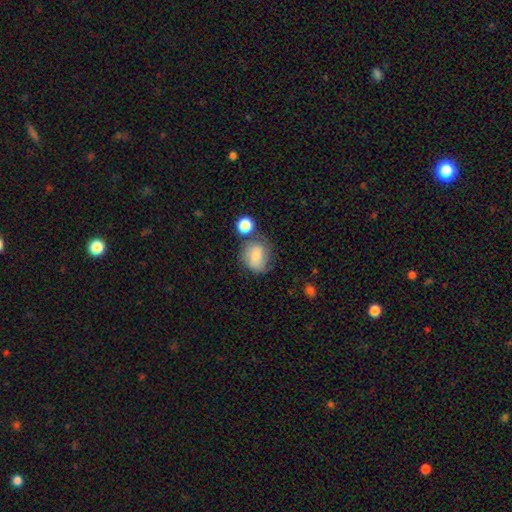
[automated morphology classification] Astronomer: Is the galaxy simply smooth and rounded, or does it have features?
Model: smooth — 75%.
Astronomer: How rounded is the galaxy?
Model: round — 61% (runner-up: in between, 37%).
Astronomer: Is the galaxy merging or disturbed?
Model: none — 54%.